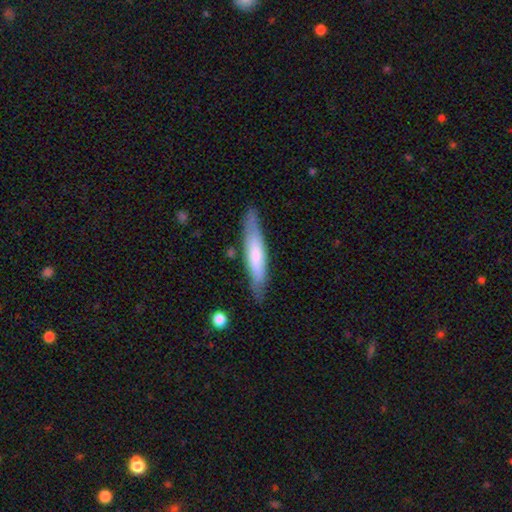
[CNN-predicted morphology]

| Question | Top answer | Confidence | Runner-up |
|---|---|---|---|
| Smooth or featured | smooth | 60% | featured or disk (35%) |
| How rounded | cigar-shaped | 86% | in between (12%) |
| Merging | none | 82% | minor disturbance (13%) |